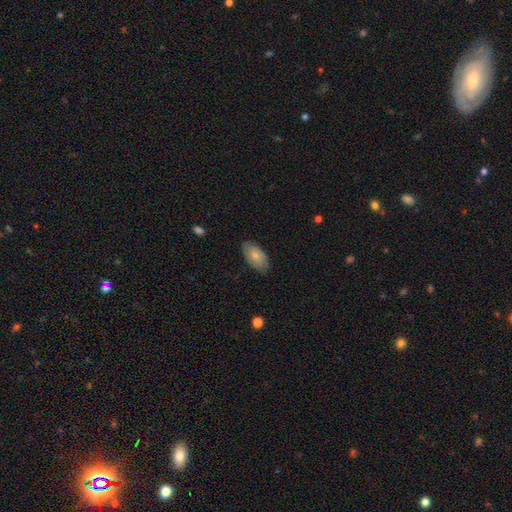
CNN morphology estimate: Smooth or featured? smooth (73%)
How rounded? in between (94%)
Merging? none (82%)